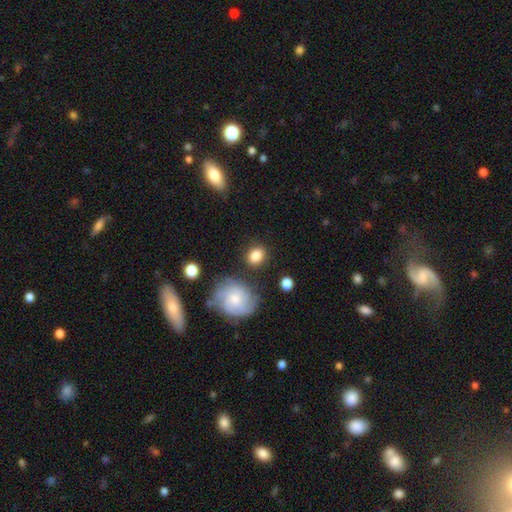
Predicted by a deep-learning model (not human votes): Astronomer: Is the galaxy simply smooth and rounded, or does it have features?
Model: smooth — 81%.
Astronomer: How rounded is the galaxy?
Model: round — 58% (runner-up: in between, 41%).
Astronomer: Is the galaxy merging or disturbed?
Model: none — 80%.